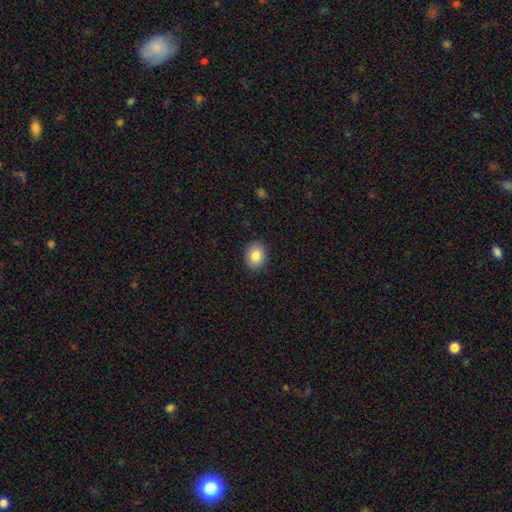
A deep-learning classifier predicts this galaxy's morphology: Smooth or featured?
  - smooth: 82% *
  - featured or disk: 9%
  - star or artifact: 8%
How rounded?
  - round: 60% *
  - in between: 39%
  - cigar-shaped: 1%
Merging?
  - none: 90% *
  - minor disturbance: 7%
  - major disturbance: 2%
  - merger: 1%